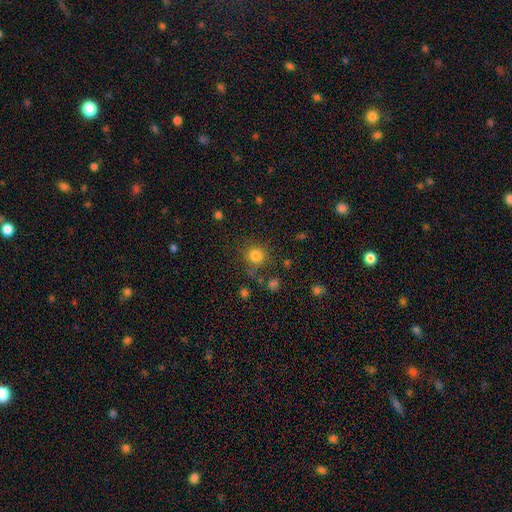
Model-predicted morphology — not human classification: Smooth or featured? Predicted: smooth (p=0.81). How rounded? Predicted: round (p=0.91). Merging? Predicted: none (p=0.80).